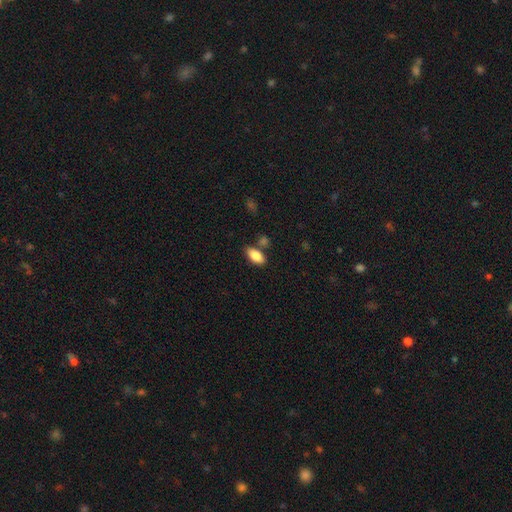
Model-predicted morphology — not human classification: type=smooth (84%); roundness=in between (92%); merging=none (74%).